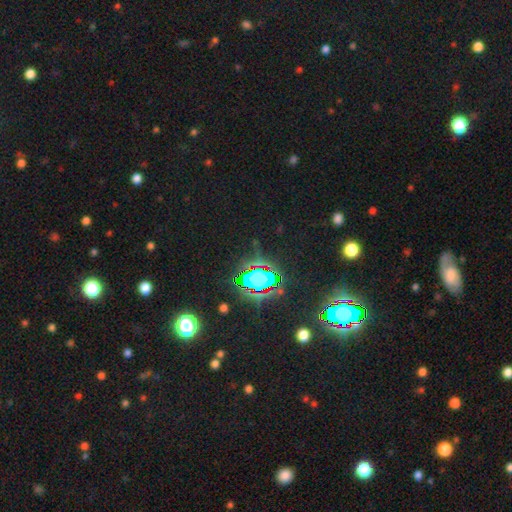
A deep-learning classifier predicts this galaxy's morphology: Smooth or featured?
  - star or artifact: 82% *
  - smooth: 11%
  - featured or disk: 7%